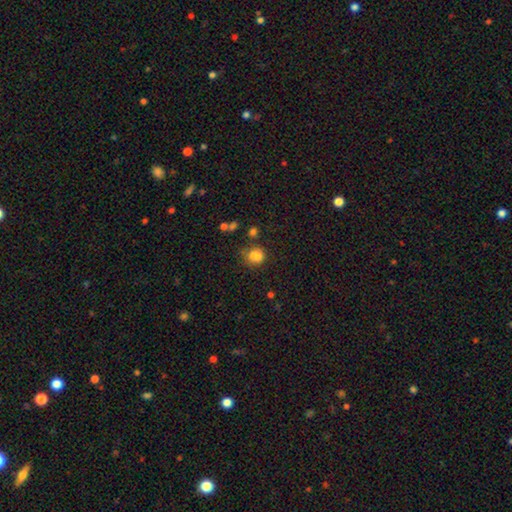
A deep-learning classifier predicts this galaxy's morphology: Smooth or featured? smooth (79%)
How rounded? round (68%)
Merging? none (54%)